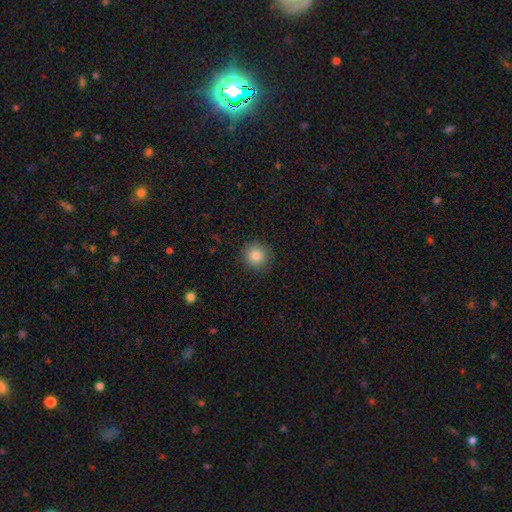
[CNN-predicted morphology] A smooth galaxy with no disk features (85%) that is round (93%).

Vote fractions:
- Smooth or featured? smooth: 85% / star or artifact: 10% / featured or disk: 5%
- How rounded? round: 93% / in between: 6% / cigar-shaped: 1%
- Merging? none: 88% / minor disturbance: 8% / major disturbance: 2% / merger: 1%